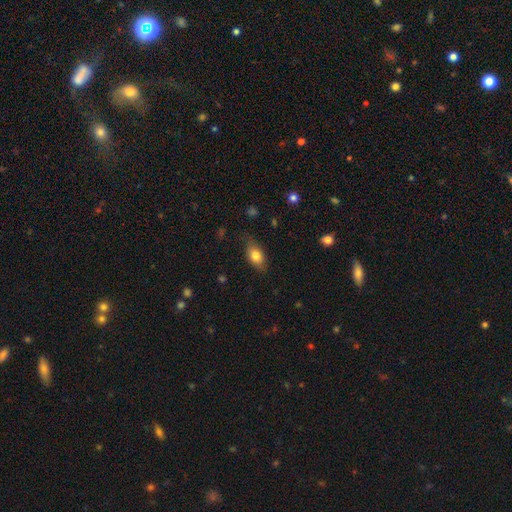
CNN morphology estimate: Q: Smooth or featured?
A: smooth (80%); runner-up: featured or disk (13%)
Q: How rounded?
A: in between (86%); runner-up: round (9%)
Q: Merging?
A: none (74%); runner-up: minor disturbance (20%)